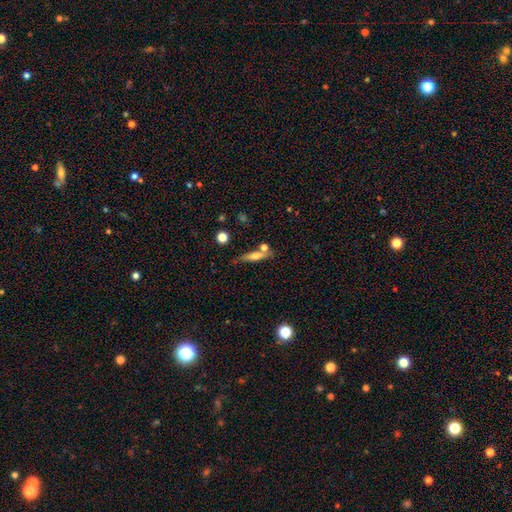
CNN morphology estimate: A smooth galaxy with no disk features (62%) that is cigar-shaped (76%). Merging: none (63%).